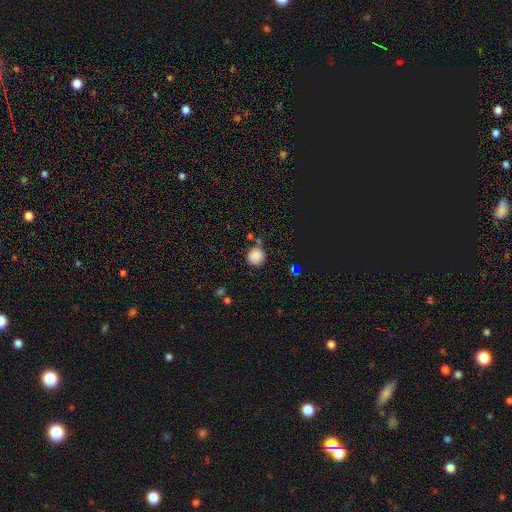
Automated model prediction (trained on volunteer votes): Smooth or featured? Predicted: smooth (p=0.86). How rounded? Predicted: round (p=0.93). Merging? Predicted: none (p=0.77).